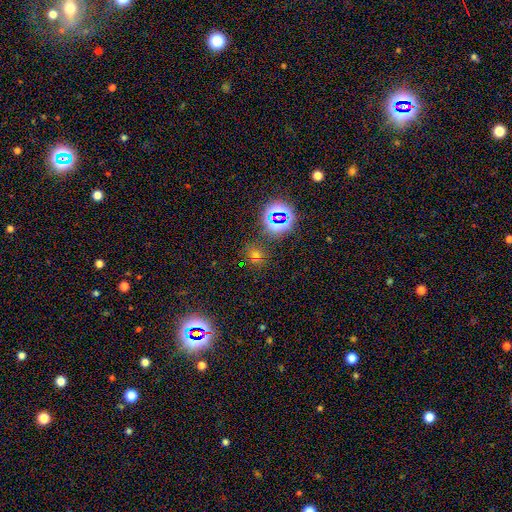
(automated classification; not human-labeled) This is possibly a star or artifact rather than a galaxy (53%).